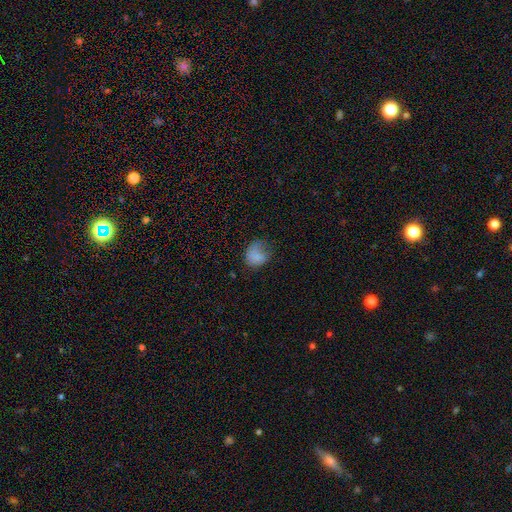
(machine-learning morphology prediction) type=smooth (78%); roundness=round (59%); merging=none (36%).